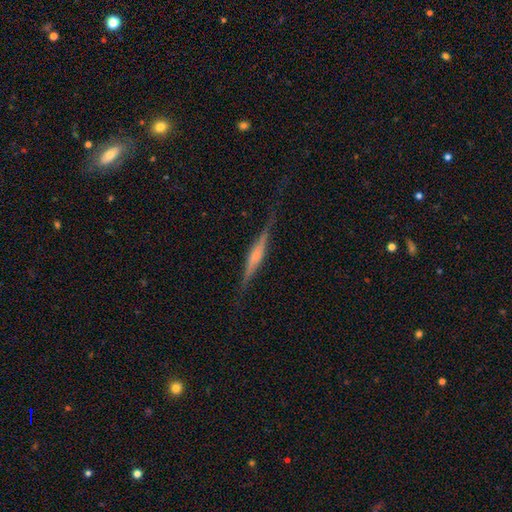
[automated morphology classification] Smooth or featured: featured or disk — 71% (smooth — 22%)
Edge-on disk: yes — 97% (no — 3%)
Edge-on bulge: rounded — 51% (boxy — 32%)
Merging: none — 83% (minor disturbance — 12%)